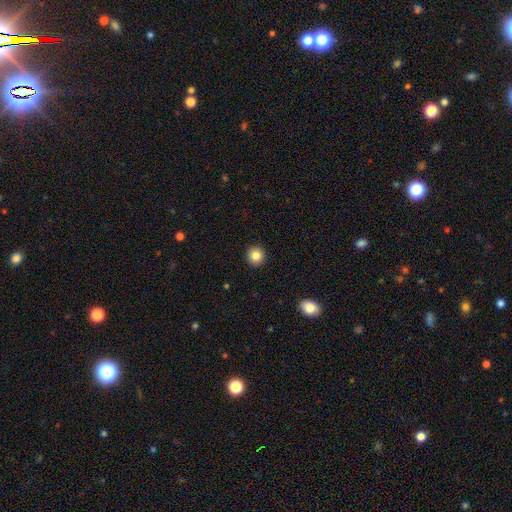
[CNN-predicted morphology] A smooth galaxy with no disk features (85%) that is round (94%).

Vote fractions:
- Smooth or featured? smooth: 85% / star or artifact: 10% / featured or disk: 5%
- How rounded? round: 94% / in between: 5% / cigar-shaped: 1%
- Merging? none: 93% / minor disturbance: 4% / major disturbance: 1% / merger: 1%